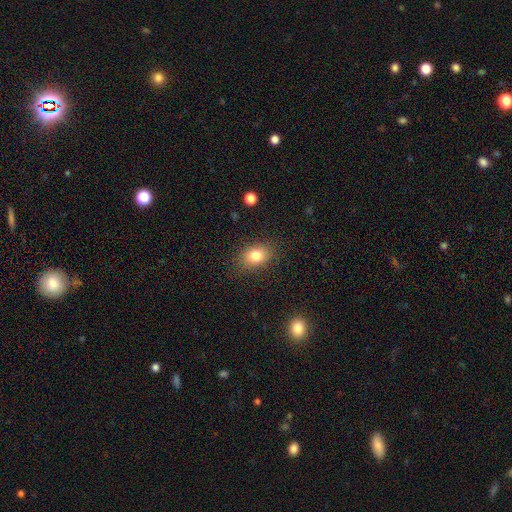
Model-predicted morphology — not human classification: This is likely a smooth galaxy (80%). How rounded: likely in between (67%). Merging: clearly none (84%).